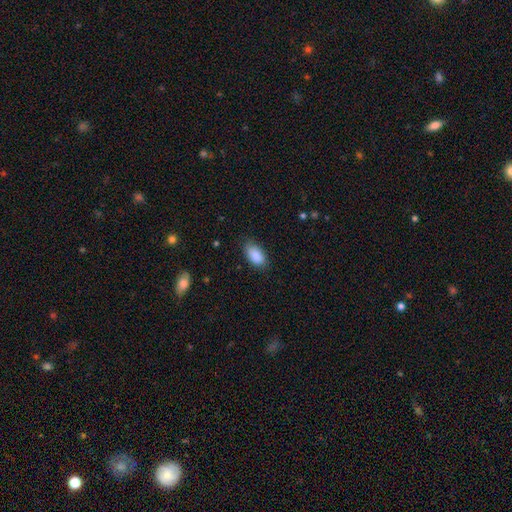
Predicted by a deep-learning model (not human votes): This is clearly a smooth galaxy (89%). How rounded: clearly in between (93%). Merging: likely none (79%).